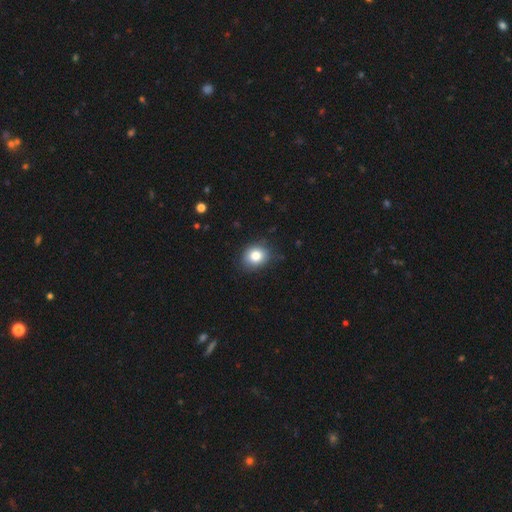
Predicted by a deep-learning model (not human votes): Q: Smooth or featured?
A: smooth (81%); runner-up: star or artifact (10%)
Q: How rounded?
A: round (61%); runner-up: in between (39%)
Q: Merging?
A: none (82%); runner-up: minor disturbance (14%)